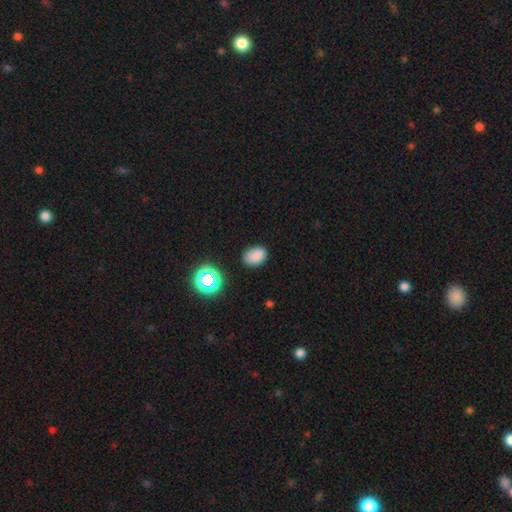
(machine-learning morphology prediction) Smooth or featured? smooth (81%)
How rounded? in between (76%)
Merging? none (81%)